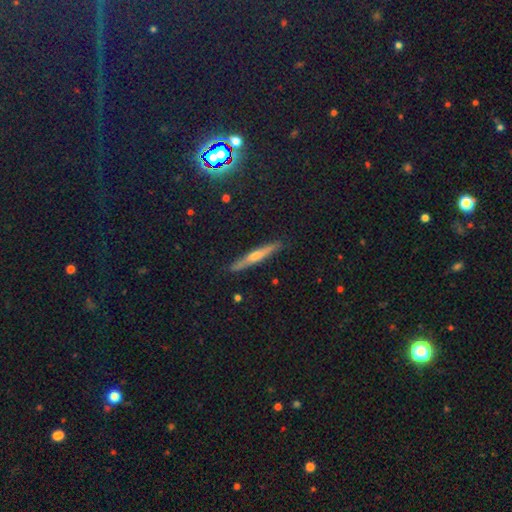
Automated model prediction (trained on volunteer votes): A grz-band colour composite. It shows a featured or disk galaxy (51%) viewed edge-on (95%). Merging: none (90%).